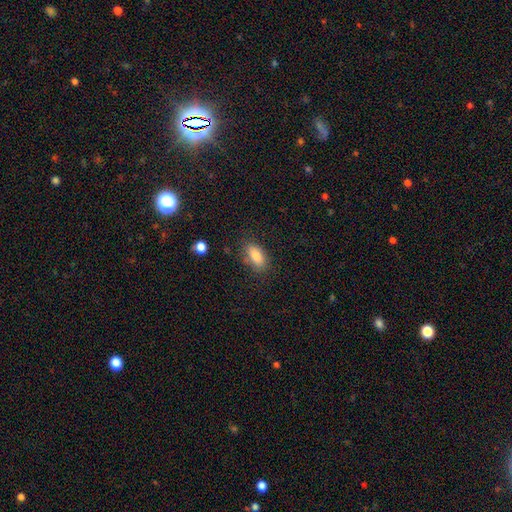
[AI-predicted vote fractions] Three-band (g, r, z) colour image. It shows a smooth galaxy with no disk features (83%) that is in between round and cigar-shaped (88%). Merging: none (77%).